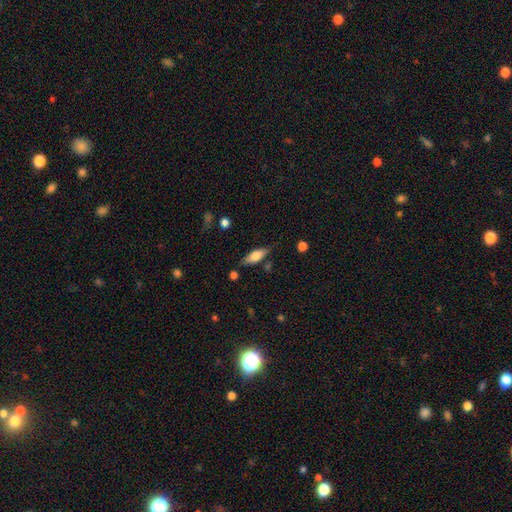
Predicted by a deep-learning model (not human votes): Smooth or featured?
  - smooth: 68% *
  - featured or disk: 26%
  - star or artifact: 6%
How rounded?
  - in between: 64% *
  - cigar-shaped: 34%
  - round: 2%
Merging?
  - none: 78% *
  - minor disturbance: 15%
  - merger: 4%
  - major disturbance: 3%